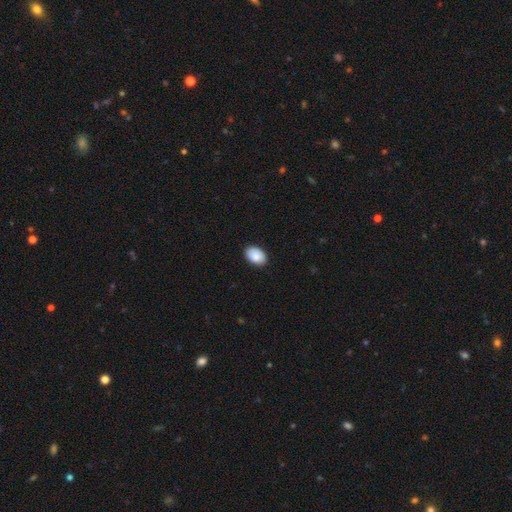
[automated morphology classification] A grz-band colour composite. It shows a smooth galaxy with no disk features (89%) that is in between round and cigar-shaped (87%). Merging: none (89%).